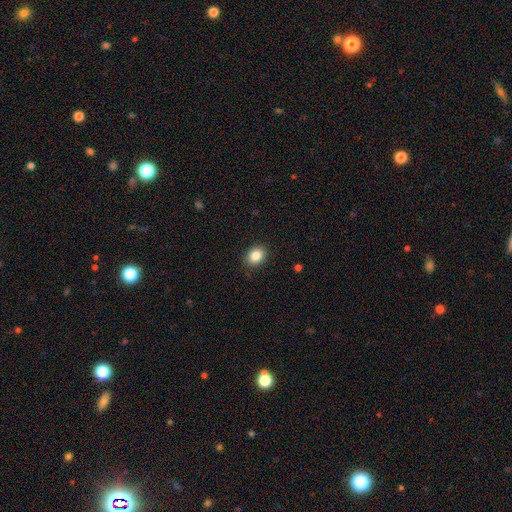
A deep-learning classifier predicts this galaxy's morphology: Smooth or featured: smooth — 85% (star or artifact — 9%)
How rounded: in between — 57% (round — 42%)
Merging: none — 89% (minor disturbance — 8%)